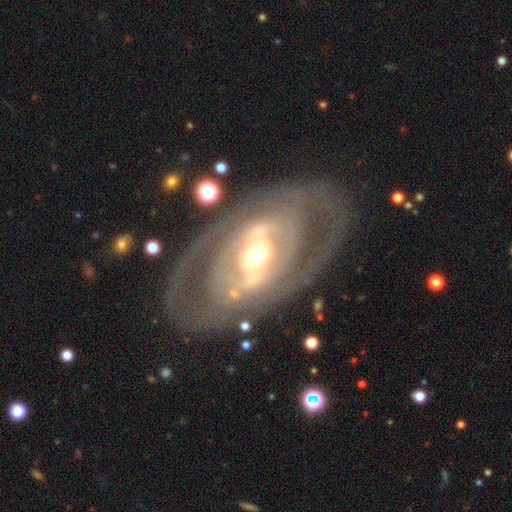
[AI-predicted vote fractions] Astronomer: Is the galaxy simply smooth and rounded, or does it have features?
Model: featured or disk — 84%.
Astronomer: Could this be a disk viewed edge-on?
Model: no — 93%.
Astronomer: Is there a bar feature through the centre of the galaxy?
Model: strong — 40% (runner-up: weak, 33%).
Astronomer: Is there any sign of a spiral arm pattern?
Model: yes — 66%.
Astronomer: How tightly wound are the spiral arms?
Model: tight — 55% (runner-up: medium, 33%).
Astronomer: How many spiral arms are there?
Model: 2 — 55%.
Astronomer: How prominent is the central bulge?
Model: moderate — 52% (runner-up: small, 40%).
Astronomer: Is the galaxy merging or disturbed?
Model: none — 76%.